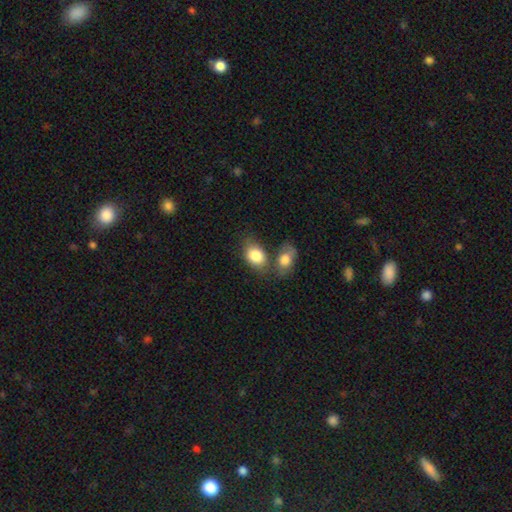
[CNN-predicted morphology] Overall: smooth (83%). How rounded: in between (78%). Merging: none (44%; merger 36%).